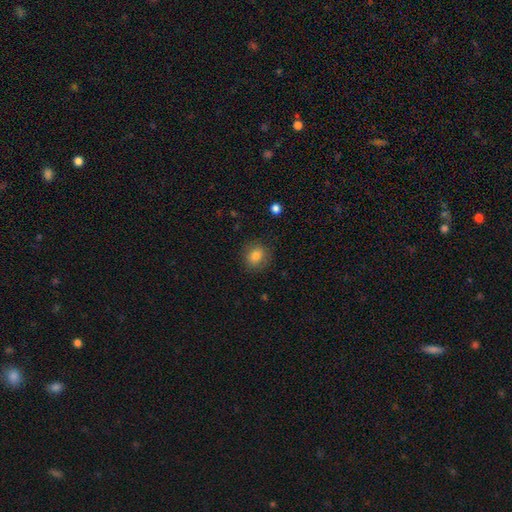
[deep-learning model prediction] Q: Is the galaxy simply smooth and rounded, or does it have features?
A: smooth — 82%.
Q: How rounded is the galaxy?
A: round — 78%.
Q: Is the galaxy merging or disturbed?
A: none — 84%.